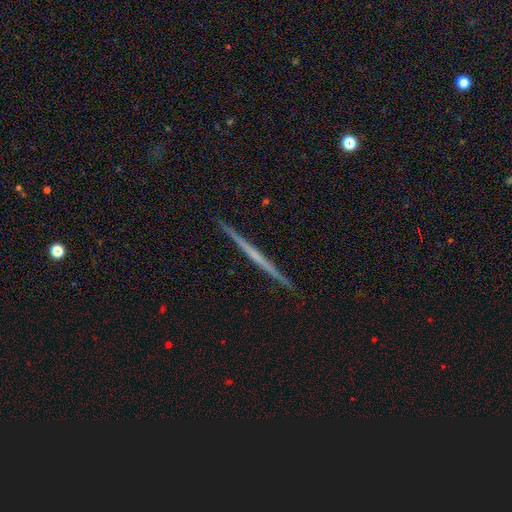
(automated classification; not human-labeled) featured or disk 68%, smooth 26%, star or artifact 6%. Down the decision tree: edge-on disk — yes (98%); edge-on bulge — none (83%); merging — none (93%).